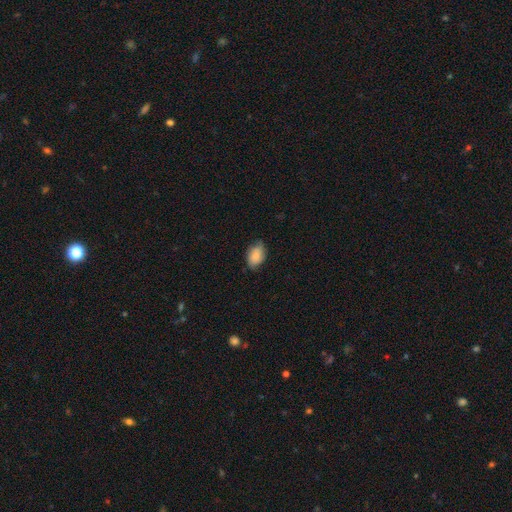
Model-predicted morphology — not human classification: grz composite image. It shows a smooth galaxy with no disk features (78%) that is in between round and cigar-shaped (88%). Merging: none (71%).